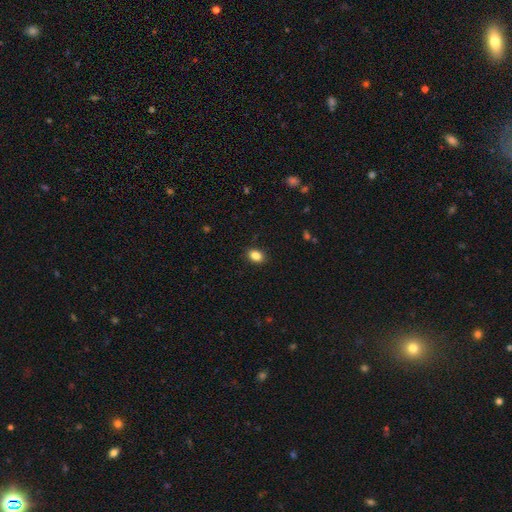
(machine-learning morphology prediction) type=smooth (86%); roundness=in between (71%); merging=none (88%).